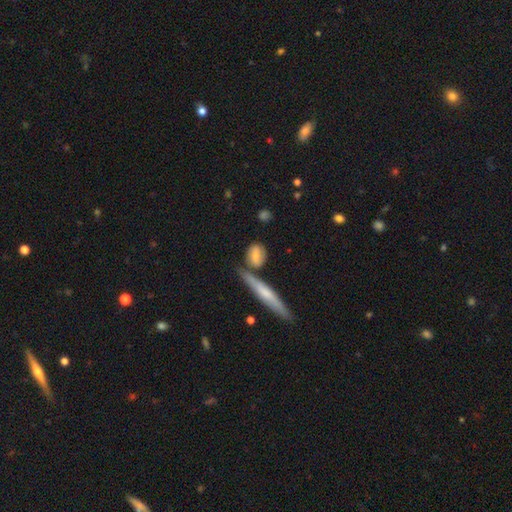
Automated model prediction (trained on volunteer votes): Smooth or featured? smooth (69%)
How rounded? in between (51%)
Merging? none (60%)